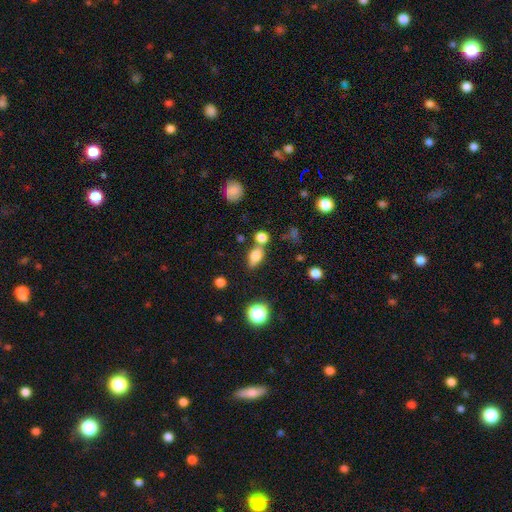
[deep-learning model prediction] This appears to be a smooth galaxy with no disk features (75%) that is in between round and cigar-shaped (76%). Merging: none (56%).